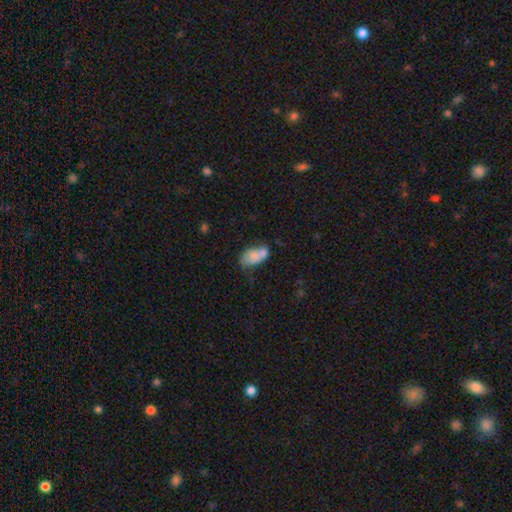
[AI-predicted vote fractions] Smooth or featured? smooth (67%)
How rounded? in between (89%)
Merging? merger (42%)